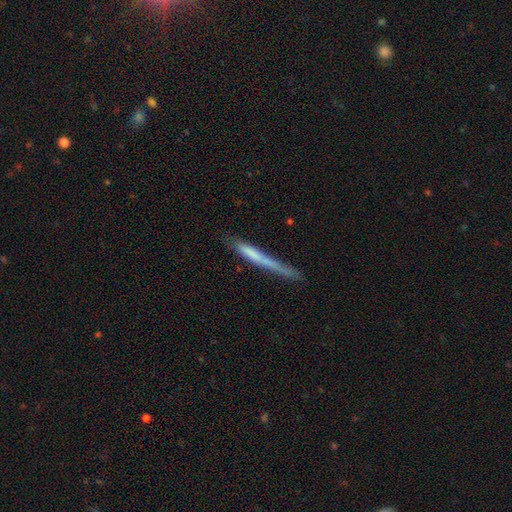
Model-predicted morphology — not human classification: Q: Smooth or featured?
A: smooth (55%); runner-up: featured or disk (38%)
Q: How rounded?
A: cigar-shaped (96%); runner-up: in between (2%)
Q: Merging?
A: none (63%); runner-up: minor disturbance (24%)